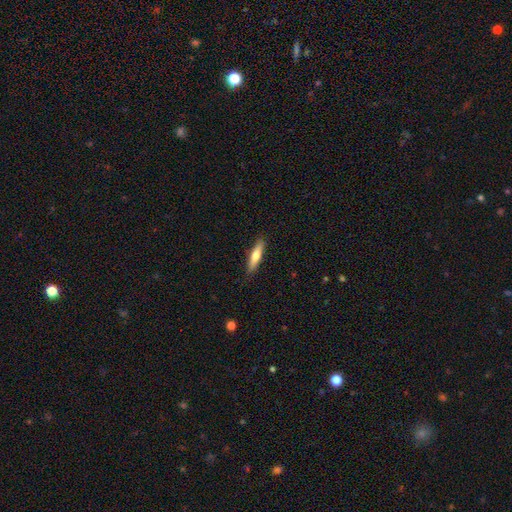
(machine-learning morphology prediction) This is likely a smooth galaxy (60%). How rounded: clearly cigar-shaped (81%). Merging: clearly none (89%).